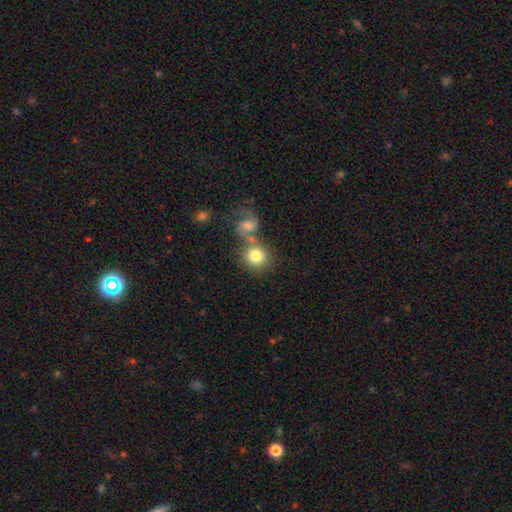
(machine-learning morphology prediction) Smooth or featured: smooth — 78% (featured or disk — 14%)
How rounded: round — 82% (in between — 17%)
Merging: none — 46% (merger — 39%)